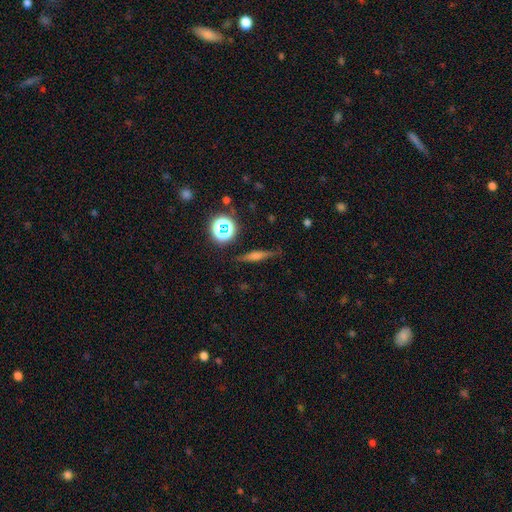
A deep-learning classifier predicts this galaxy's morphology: Smooth or featured? Predicted: featured or disk (p=0.43). Merging? Predicted: none (p=0.83).